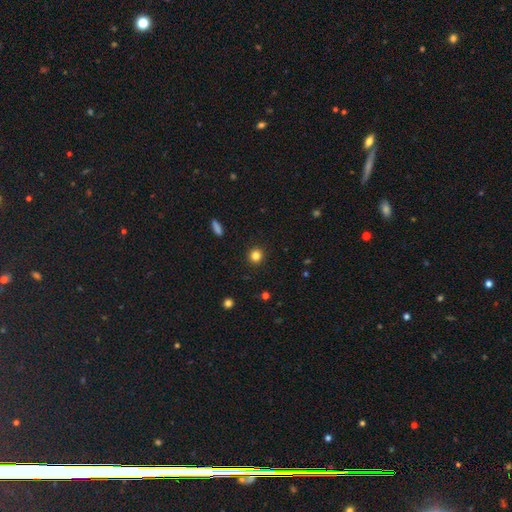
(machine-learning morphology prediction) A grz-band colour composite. It shows a smooth galaxy with no disk features (82%) that is round (92%). Merging: none (92%).